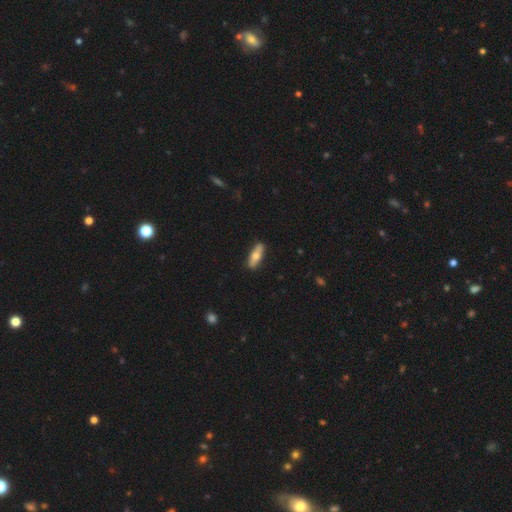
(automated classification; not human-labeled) A smooth galaxy with no disk features (62%) that is cigar-shaped (52%). Merging: none (88%).